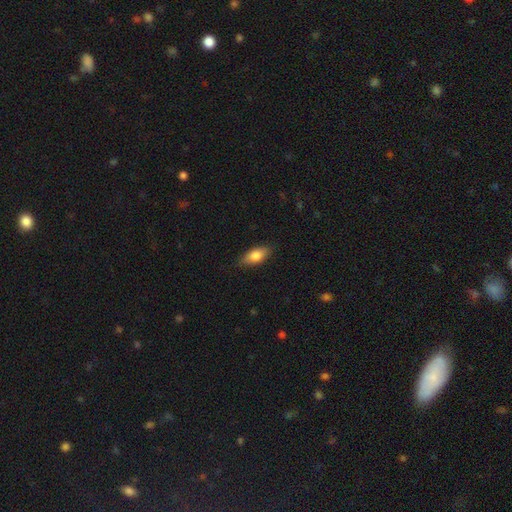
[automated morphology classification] This appears to be a smooth galaxy with no disk features (79%) that is in between round and cigar-shaped (84%). Merging: none (85%).